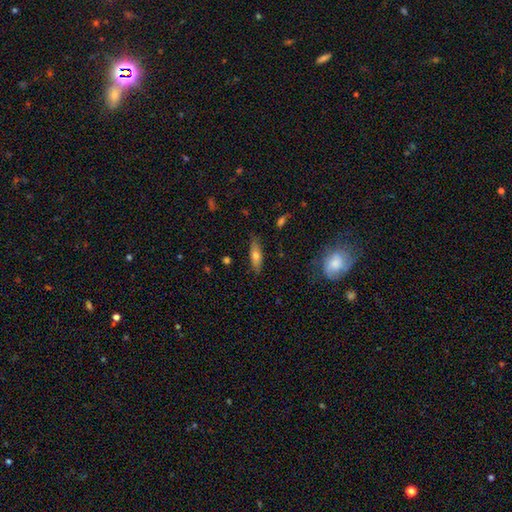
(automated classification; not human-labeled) Smooth or featured: smooth — 66% (featured or disk — 27%)
How rounded: in between — 51% (cigar-shaped — 46%)
Merging: none — 83% (minor disturbance — 13%)